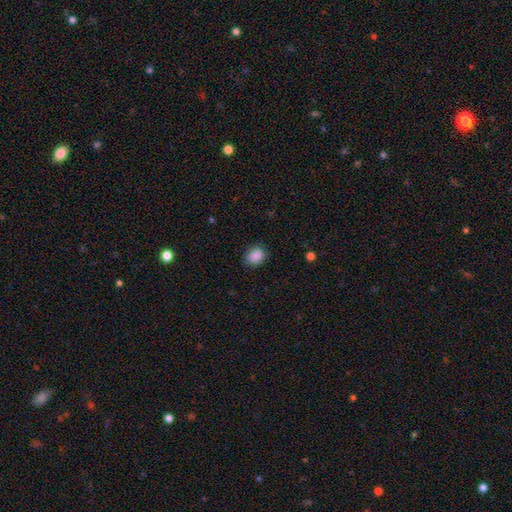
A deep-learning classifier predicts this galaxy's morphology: This is clearly a smooth galaxy (88%). How rounded: possibly round (57%). Merging: clearly none (84%).